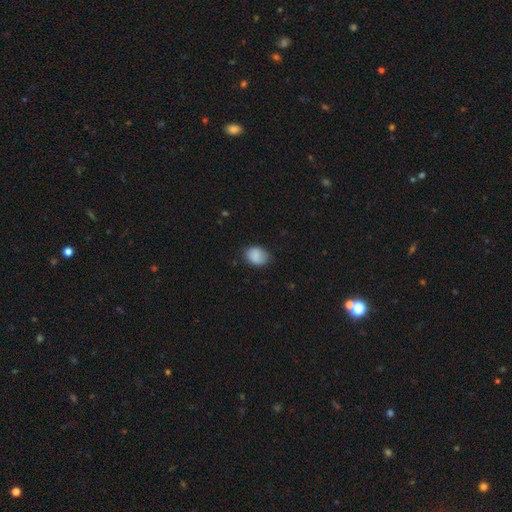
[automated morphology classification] Smooth or featured? smooth (85%)
How rounded? in between (58%)
Merging? none (72%)